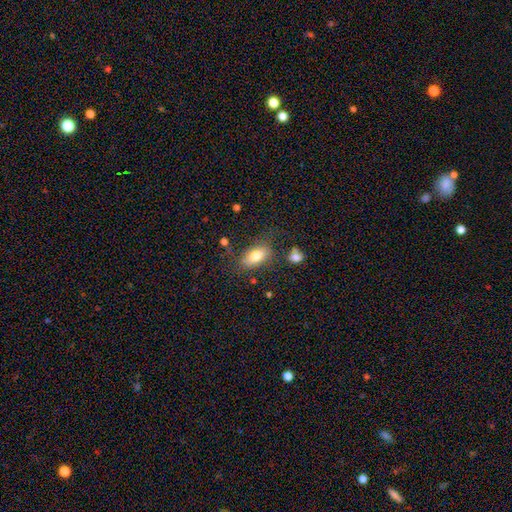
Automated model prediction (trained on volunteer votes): smooth-or-featured: smooth: 77% | featured or disk: 15% | star or artifact: 8%
  how-rounded: in between: 88% | round: 7% | cigar-shaped: 5%
  merging: none: 71% | minor disturbance: 17% | major disturbance: 6% | merger: 5%